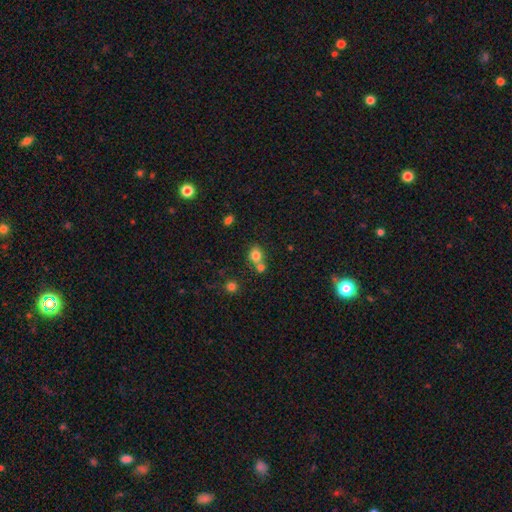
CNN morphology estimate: A smooth galaxy with no disk features (79%) that is round (66%).

Vote fractions:
- Smooth or featured? smooth: 79% / star or artifact: 13% / featured or disk: 8%
- How rounded? round: 66% / in between: 33% / cigar-shaped: 1%
- Merging? none: 49% / merger: 39% / minor disturbance: 9% / major disturbance: 3%